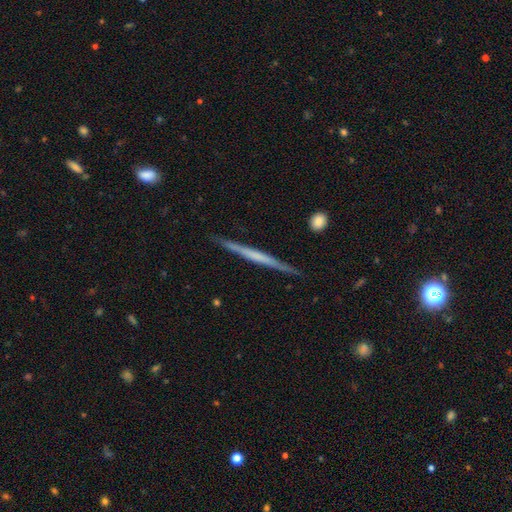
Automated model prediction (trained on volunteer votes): A featured or disk galaxy (63%) viewed edge-on (98%) with no central bulge (74%). Merging: none (90%).